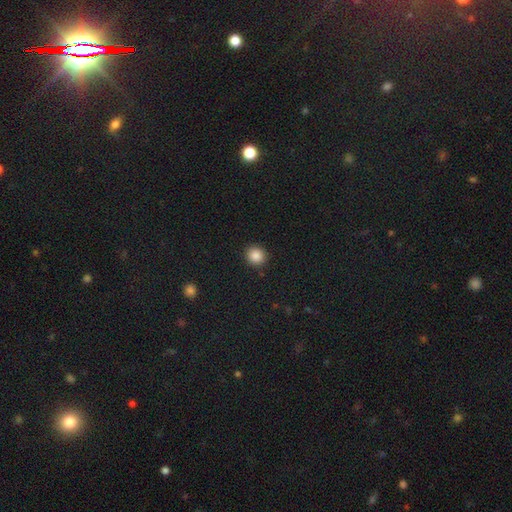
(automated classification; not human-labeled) Morphology: type=smooth (87%); roundness=round (91%); merging=none (91%).